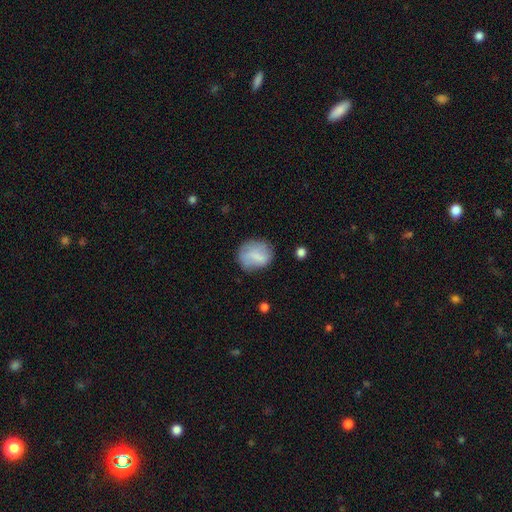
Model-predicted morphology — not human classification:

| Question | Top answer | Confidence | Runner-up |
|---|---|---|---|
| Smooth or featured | smooth | 74% | featured or disk (18%) |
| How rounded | round | 60% | in between (39%) |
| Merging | none | 65% | minor disturbance (23%) |